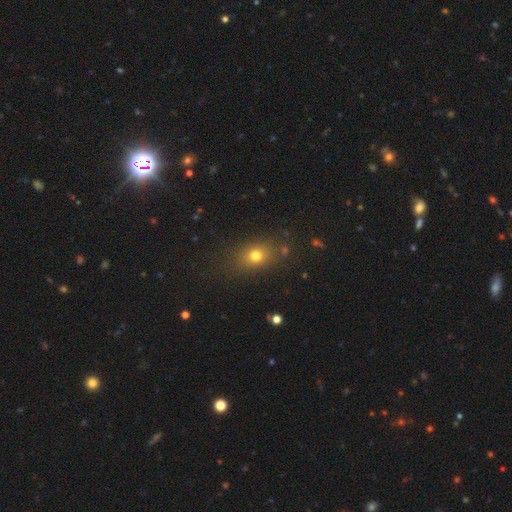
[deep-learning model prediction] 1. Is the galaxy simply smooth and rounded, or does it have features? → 74% smooth, 15% star or artifact, 11% featured or disk.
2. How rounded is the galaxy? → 53% in between, 44% round, 3% cigar-shaped.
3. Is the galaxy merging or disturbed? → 79% none, 13% minor disturbance, 5% major disturbance, 3% merger.